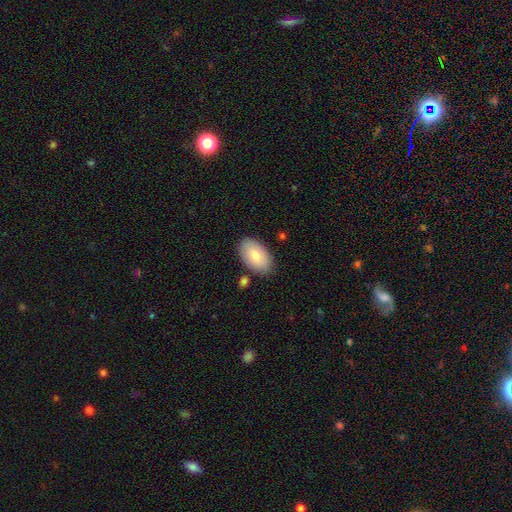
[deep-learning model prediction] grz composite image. It shows a smooth galaxy with no disk features (79%) that is in between round and cigar-shaped (95%). Merging: none (83%).